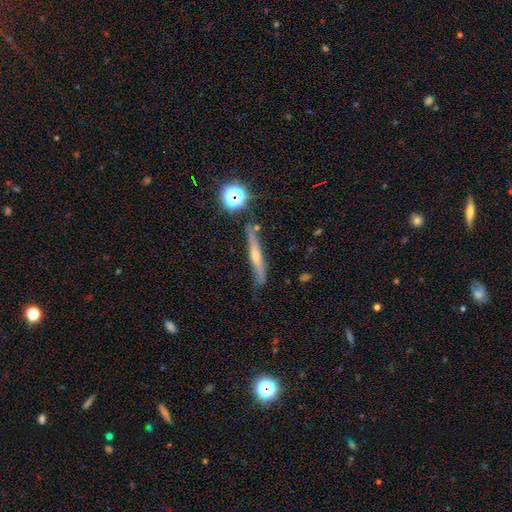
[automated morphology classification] This is possibly a featured or disk galaxy (53%). It is clearly viewed edge-on (89%). Merging: likely none (75%).